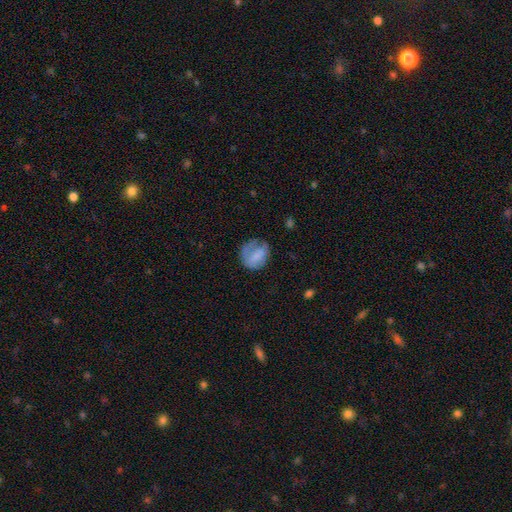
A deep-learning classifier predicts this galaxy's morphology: Overall: smooth (65%; featured or disk 27%). How rounded: round (61%; in between 37%). Merging: none (45%; minor disturbance 28%).